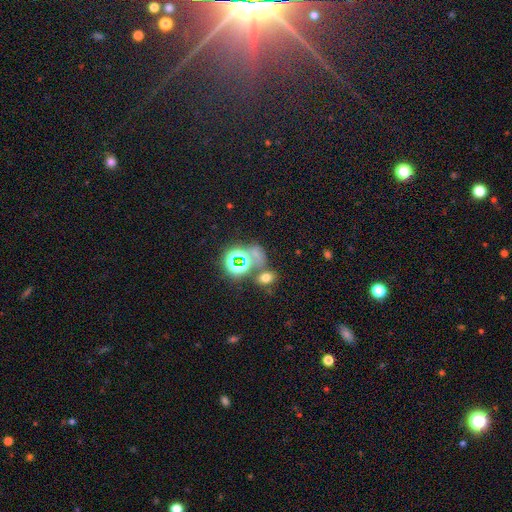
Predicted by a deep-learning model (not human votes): smooth-or-featured: star or artifact: 48% | smooth: 40% | featured or disk: 12%